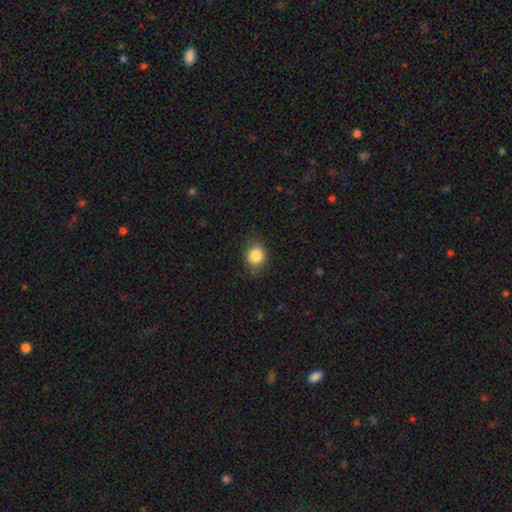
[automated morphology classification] smooth-or-featured: smooth: 83% | star or artifact: 10% | featured or disk: 7%
  how-rounded: round: 69% | in between: 30% | cigar-shaped: 1%
  merging: none: 75% | minor disturbance: 19% | major disturbance: 5% | merger: 1%